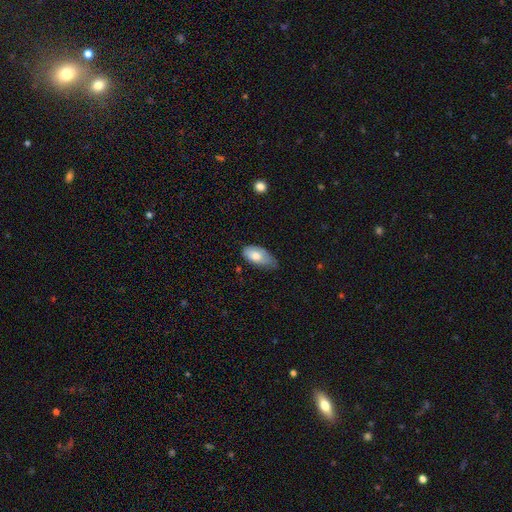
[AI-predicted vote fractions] This appears to be a smooth galaxy with no disk features (76%) that is in between round and cigar-shaped (92%). Merging: minor disturbance (48%).